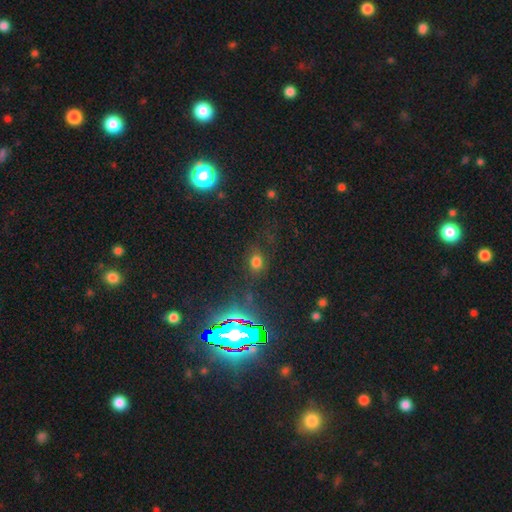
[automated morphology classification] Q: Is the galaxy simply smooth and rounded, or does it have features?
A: star or artifact — 64%.